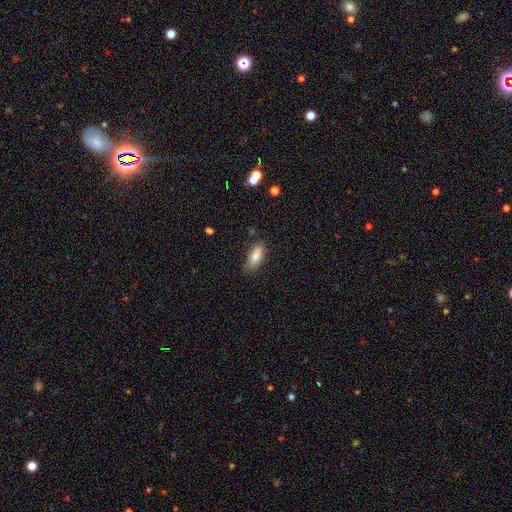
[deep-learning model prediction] Morphology: type=smooth (82%); roundness=in between (81%); merging=none (82%).